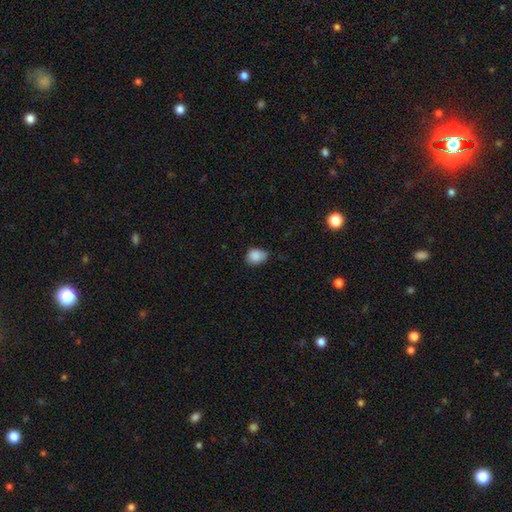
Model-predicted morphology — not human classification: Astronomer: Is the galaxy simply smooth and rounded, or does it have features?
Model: smooth — 87%.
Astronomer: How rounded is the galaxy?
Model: in between — 54% (runner-up: round, 45%).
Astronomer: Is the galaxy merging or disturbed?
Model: none — 54% (runner-up: minor disturbance, 39%).